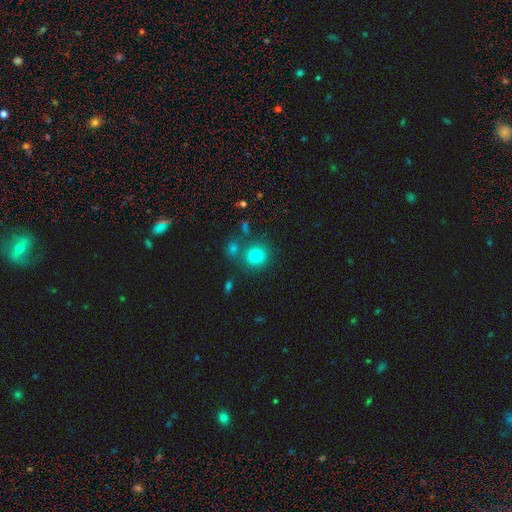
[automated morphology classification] type=smooth (79%); roundness=round (89%); merging=none (73%).